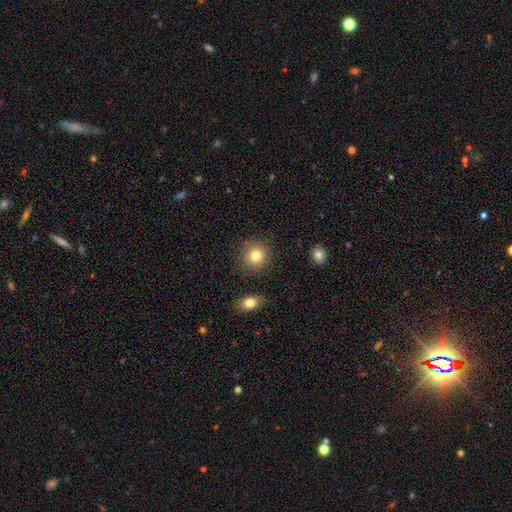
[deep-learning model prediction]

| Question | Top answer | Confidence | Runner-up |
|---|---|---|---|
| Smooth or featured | smooth | 81% | star or artifact (11%) |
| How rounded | round | 91% | in between (8%) |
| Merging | none | 87% | minor disturbance (8%) |